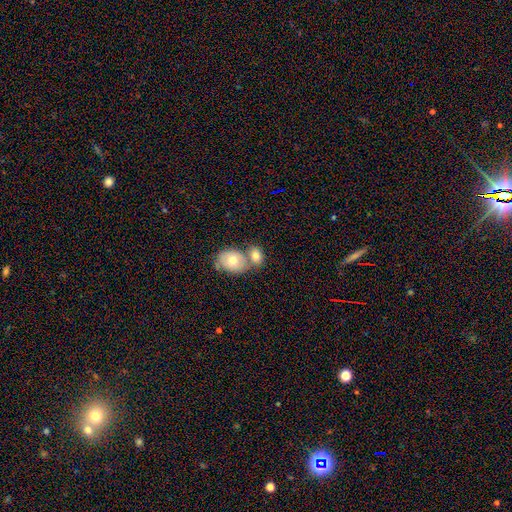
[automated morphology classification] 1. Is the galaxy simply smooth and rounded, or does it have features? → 73% smooth, 19% featured or disk, 8% star or artifact.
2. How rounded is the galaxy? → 75% in between, 24% round, 2% cigar-shaped.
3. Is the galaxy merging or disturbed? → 50% merger, 37% none, 10% minor disturbance, 4% major disturbance.